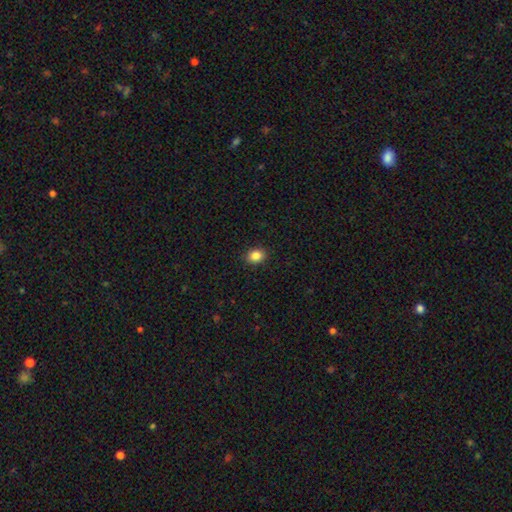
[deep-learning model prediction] Smooth or featured? Predicted: smooth (p=0.86). How rounded? Predicted: in between (p=0.52). Merging? Predicted: none (p=0.90).